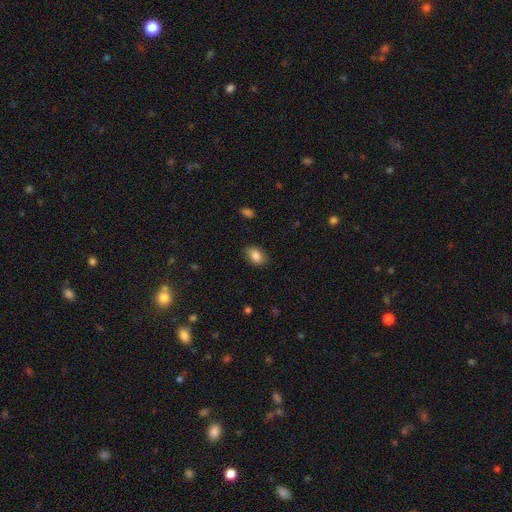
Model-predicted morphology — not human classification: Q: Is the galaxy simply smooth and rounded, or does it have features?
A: smooth — 84%.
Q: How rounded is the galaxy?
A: in between — 86%.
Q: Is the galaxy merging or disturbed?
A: none — 83%.